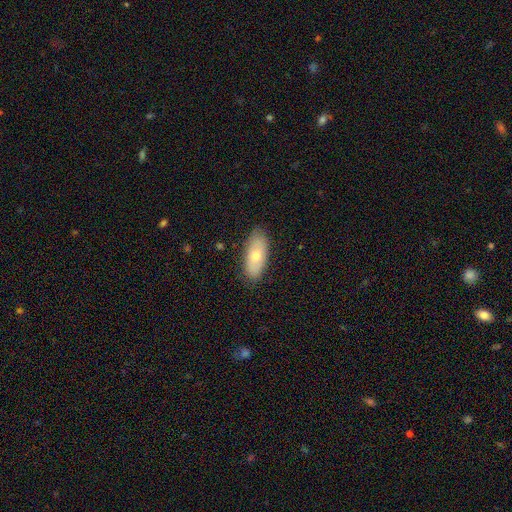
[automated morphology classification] Smooth or featured? smooth (64%)
How rounded? in between (85%)
Merging? none (85%)